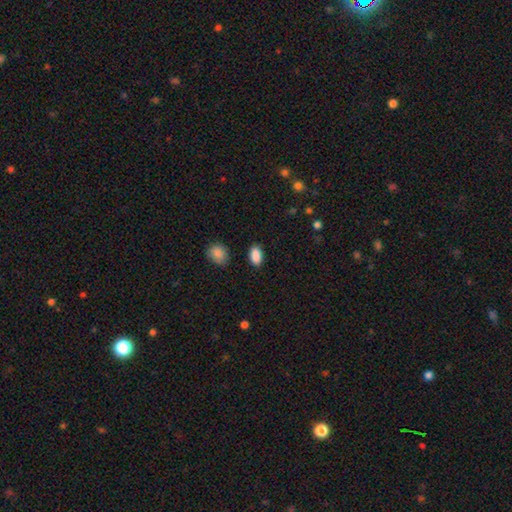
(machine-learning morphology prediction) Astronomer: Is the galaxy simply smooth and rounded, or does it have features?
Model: smooth — 89%.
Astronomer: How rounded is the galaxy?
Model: in between — 91%.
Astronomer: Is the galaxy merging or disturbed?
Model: none — 87%.